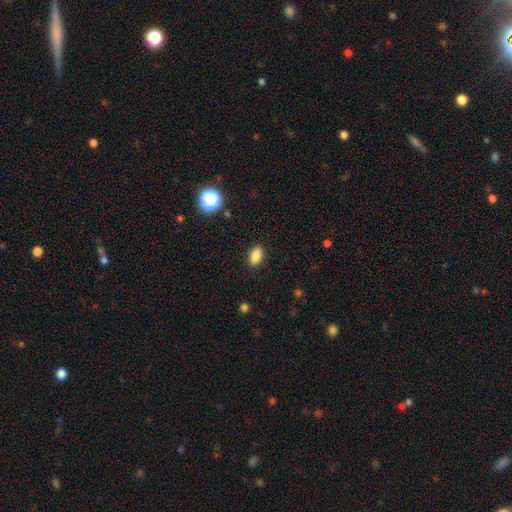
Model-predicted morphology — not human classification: This appears to be a smooth galaxy with no disk features (86%) that is in between round and cigar-shaped (88%). Merging: none (89%).